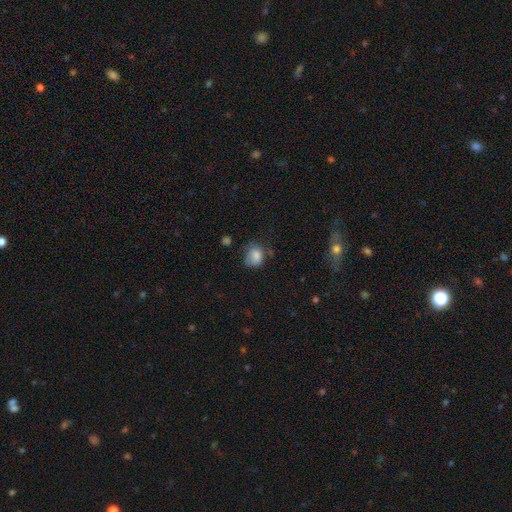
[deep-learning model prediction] Overall: smooth (75%). How rounded: round (55%; in between 44%). Merging: none (46%; minor disturbance 33%).